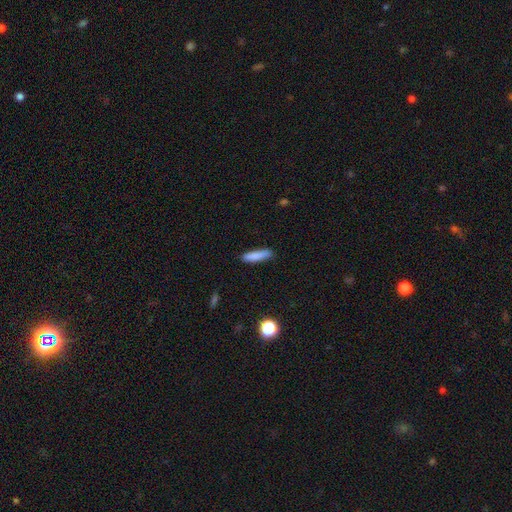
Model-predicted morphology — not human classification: smooth 85%, featured or disk 8%, star or artifact 7%. Down the decision tree: how rounded — cigar-shaped (80%); merging — none (86%).